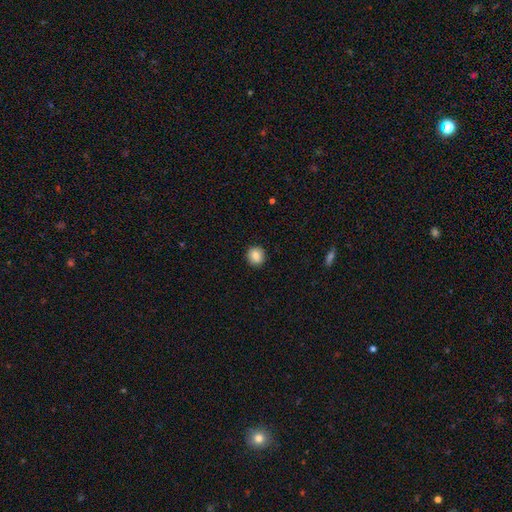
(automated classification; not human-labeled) Smooth or featured?
  - smooth: 84% *
  - star or artifact: 9%
  - featured or disk: 8%
How rounded?
  - round: 91% *
  - in between: 8%
  - cigar-shaped: 1%
Merging?
  - none: 92% *
  - minor disturbance: 6%
  - major disturbance: 2%
  - merger: 1%